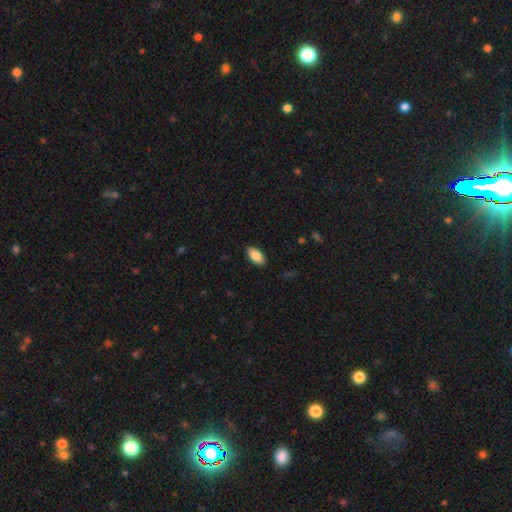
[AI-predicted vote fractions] A smooth galaxy with no disk features (86%) that is in between round and cigar-shaped (94%). Merging: none (89%).